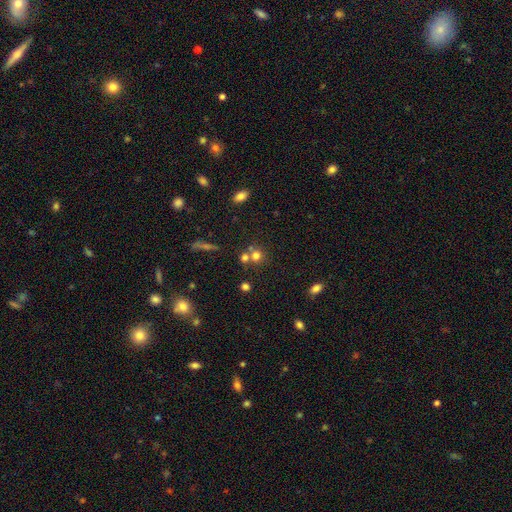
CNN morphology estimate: Smooth or featured?
  - smooth: 69% *
  - star or artifact: 18%
  - featured or disk: 13%
How rounded?
  - round: 86% *
  - in between: 13%
  - cigar-shaped: 1%
Merging?
  - none: 49% *
  - merger: 40%
  - minor disturbance: 7%
  - major disturbance: 3%